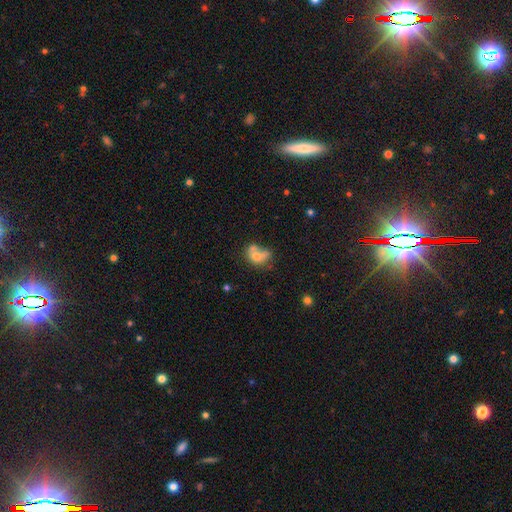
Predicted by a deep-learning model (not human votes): This is likely a smooth galaxy (65%). How rounded: possibly in between (58%). Merging: possibly merger (51%).